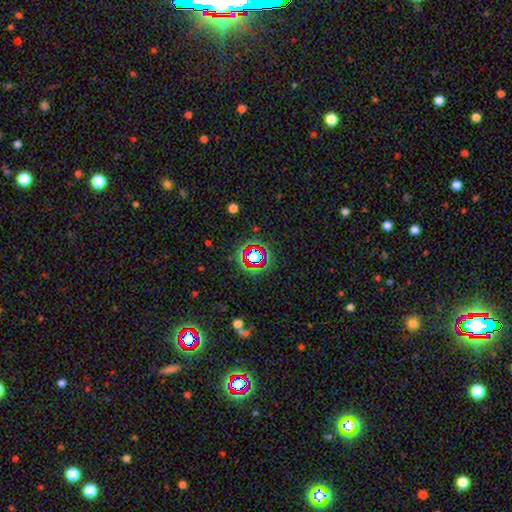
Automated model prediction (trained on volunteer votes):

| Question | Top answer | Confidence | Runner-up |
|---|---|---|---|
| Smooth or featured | star or artifact | 62% | smooth (25%) |